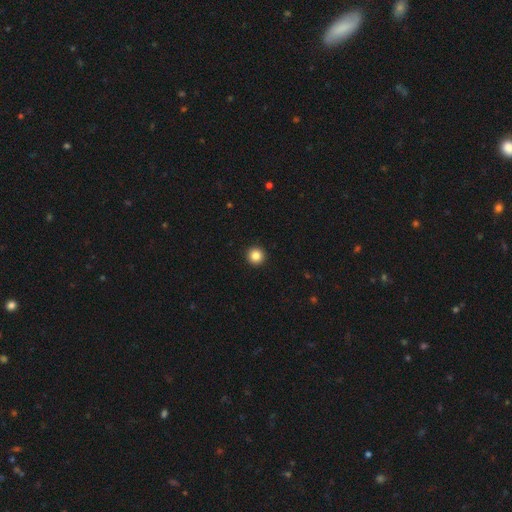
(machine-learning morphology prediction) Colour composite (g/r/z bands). It shows a smooth galaxy with no disk features (85%) that is round (96%). Merging: none (94%).